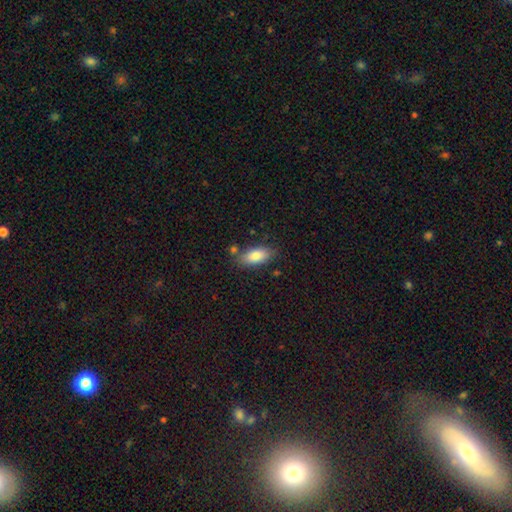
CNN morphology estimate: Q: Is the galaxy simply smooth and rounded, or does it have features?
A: smooth — 82%.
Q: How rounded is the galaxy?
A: in between — 87%.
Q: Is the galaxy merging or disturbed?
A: none — 76%.